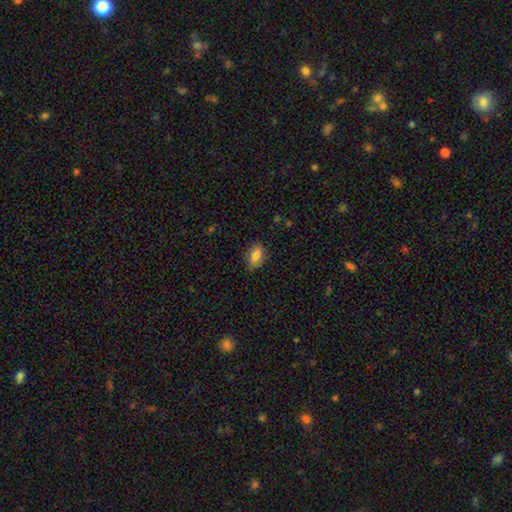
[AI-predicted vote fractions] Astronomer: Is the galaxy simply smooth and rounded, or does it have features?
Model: smooth — 76%.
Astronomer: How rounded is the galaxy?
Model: in between — 85%.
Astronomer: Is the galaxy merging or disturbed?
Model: none — 81%.